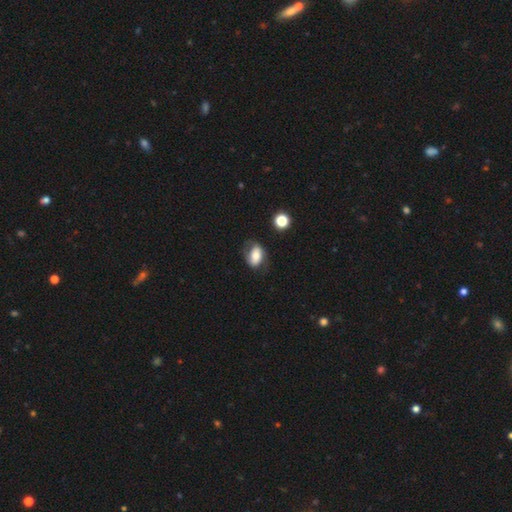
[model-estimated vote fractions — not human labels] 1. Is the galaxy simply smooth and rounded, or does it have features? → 65% smooth, 26% featured or disk, 9% star or artifact.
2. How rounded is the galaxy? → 83% in between, 15% round, 2% cigar-shaped.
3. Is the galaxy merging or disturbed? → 62% none, 25% minor disturbance, 11% major disturbance, 3% merger.